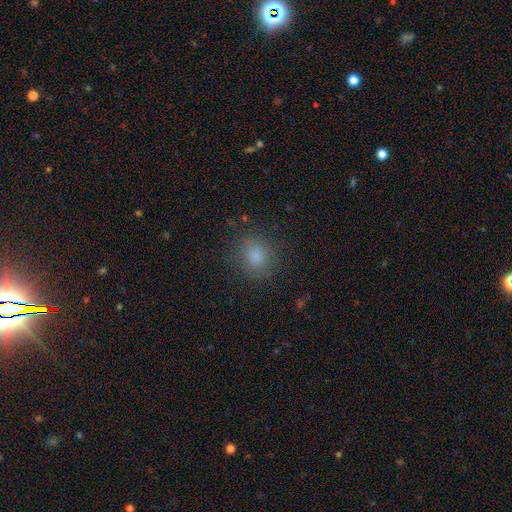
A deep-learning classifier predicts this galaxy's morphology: smooth-or-featured: smooth: 82% | star or artifact: 13% | featured or disk: 6%
  how-rounded: round: 77% | in between: 22% | cigar-shaped: 1%
  merging: none: 82% | minor disturbance: 12% | major disturbance: 5% | merger: 1%